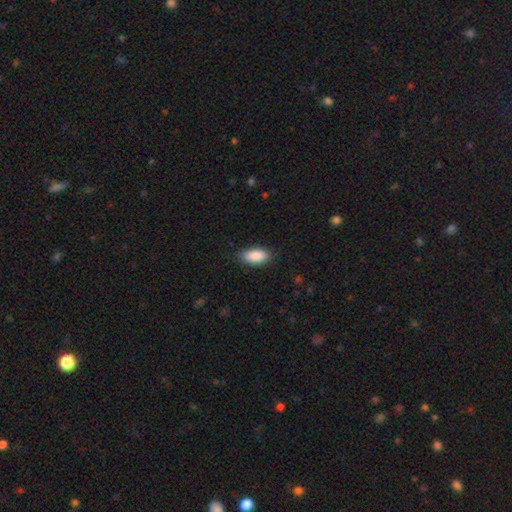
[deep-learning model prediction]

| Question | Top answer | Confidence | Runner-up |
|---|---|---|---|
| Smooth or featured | smooth | 89% | star or artifact (6%) |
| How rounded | in between | 91% | cigar-shaped (6%) |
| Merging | none | 84% | minor disturbance (12%) |